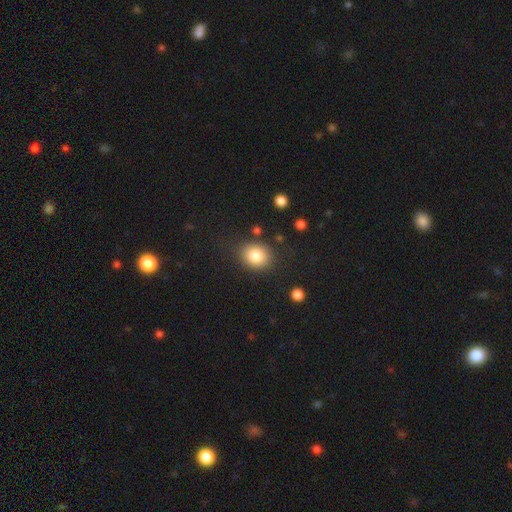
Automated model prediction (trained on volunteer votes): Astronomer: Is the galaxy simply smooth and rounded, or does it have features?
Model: smooth — 83%.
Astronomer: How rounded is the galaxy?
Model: round — 66%.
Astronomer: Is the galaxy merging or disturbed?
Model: none — 83%.